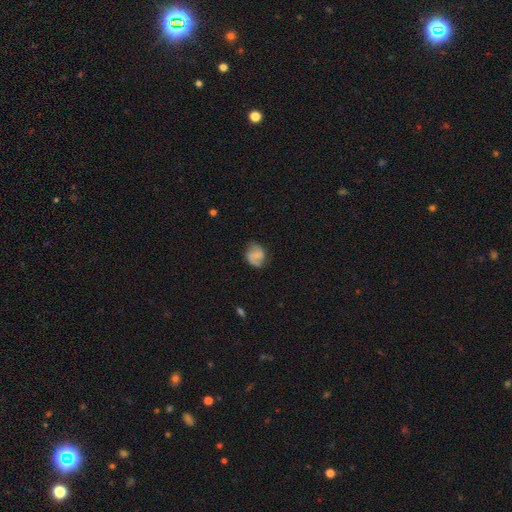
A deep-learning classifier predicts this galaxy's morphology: The model was most divided on "smooth or featured": smooth: 49%, featured or disk: 41%, star or artifact: 10%. More confident: merging — none (66%).